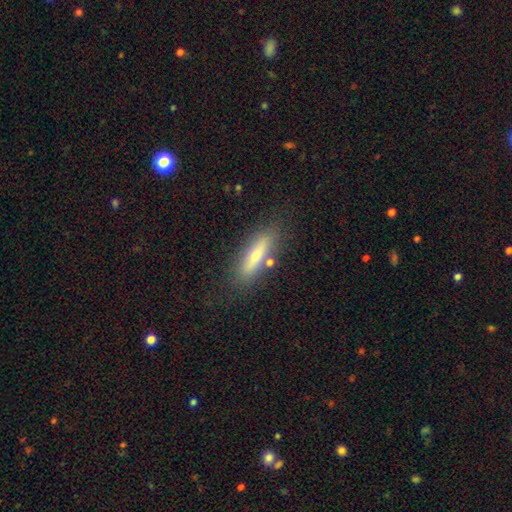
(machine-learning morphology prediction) smooth_or_featured: smooth (p=0.57) [alt: featured or disk p=0.35]
how_rounded: cigar-shaped (p=0.67) [alt: in between p=0.31]
merging: none (p=0.79) [alt: minor disturbance p=0.12]